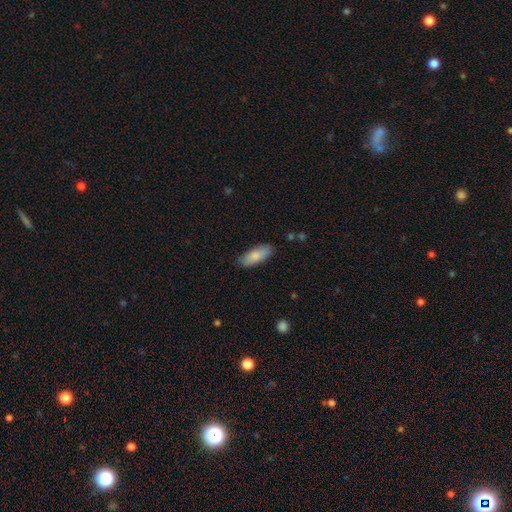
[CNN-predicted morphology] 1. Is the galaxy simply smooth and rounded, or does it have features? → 84% smooth, 11% featured or disk, 6% star or artifact.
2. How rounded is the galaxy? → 75% in between, 24% cigar-shaped, 2% round.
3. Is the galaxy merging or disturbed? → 85% none, 11% minor disturbance, 2% major disturbance, 1% merger.